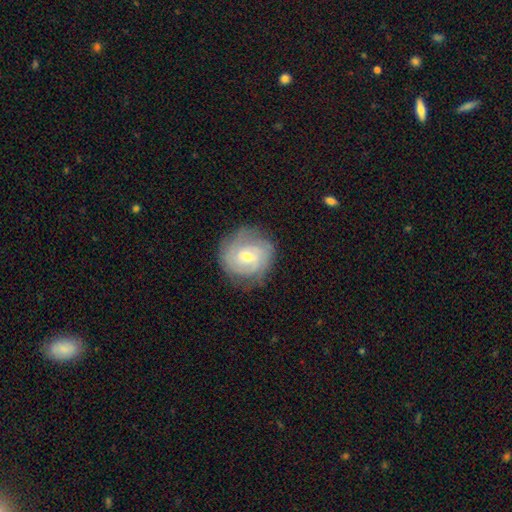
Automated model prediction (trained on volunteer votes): Smooth or featured: featured or disk — 59% (smooth — 29%)
Edge-on disk: no — 97% (yes — 3%)
Bar: no — 54% (weak — 35%)
Spiral arms: yes — 82% (no — 18%)
Bulge size: moderate — 55% (small — 41%)
Merging: none — 80% (minor disturbance — 14%)